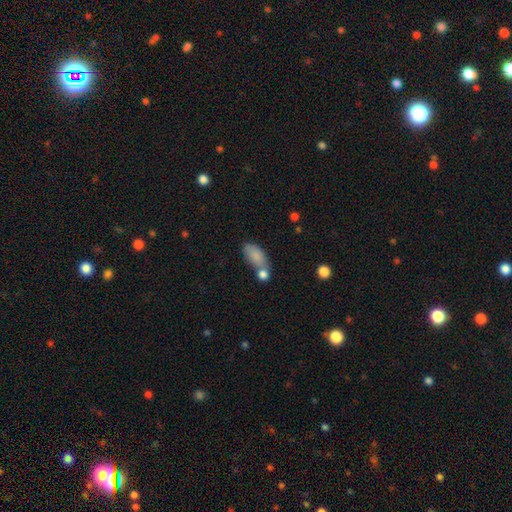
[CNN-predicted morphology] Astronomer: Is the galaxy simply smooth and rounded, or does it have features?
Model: smooth — 83%.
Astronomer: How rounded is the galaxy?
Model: in between — 89%.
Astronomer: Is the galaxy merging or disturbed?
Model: none — 43% (runner-up: merger, 34%).